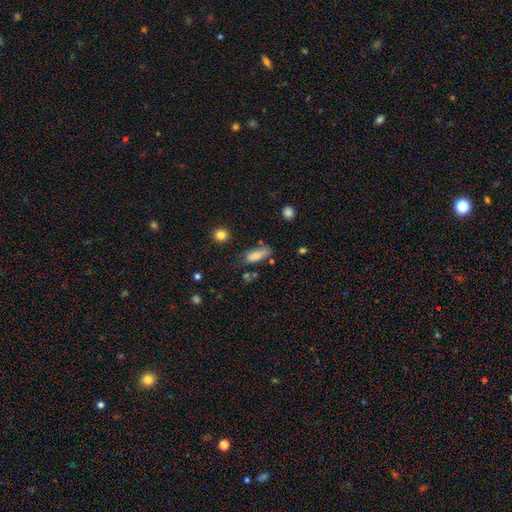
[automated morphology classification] smooth-or-featured: smooth: 81% | featured or disk: 11% | star or artifact: 9%
  how-rounded: in between: 67% | cigar-shaped: 30% | round: 3%
  merging: none: 55% | minor disturbance: 27% | major disturbance: 10% | merger: 8%